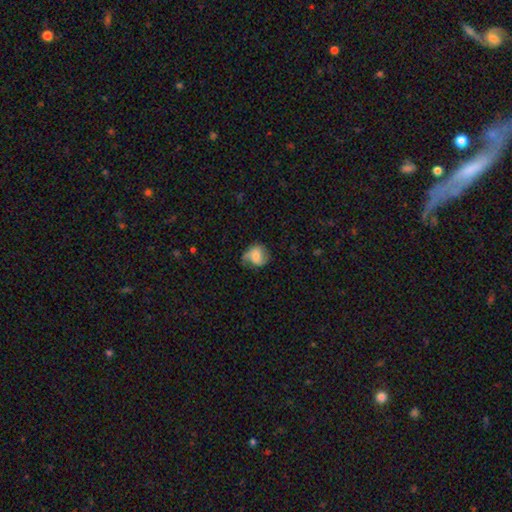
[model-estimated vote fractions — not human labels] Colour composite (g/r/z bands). It shows a smooth galaxy with no disk features (52%) that is round (64%). Merging: none (47%).